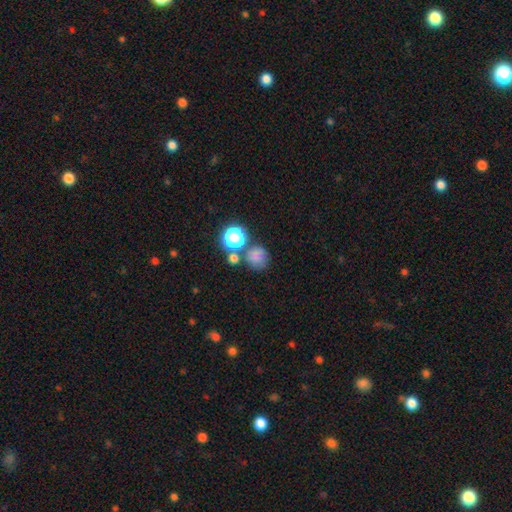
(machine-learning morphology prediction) Smooth or featured: smooth — 76% (star or artifact — 16%)
How rounded: round — 88% (in between — 11%)
Merging: none — 61% (merger — 23%)